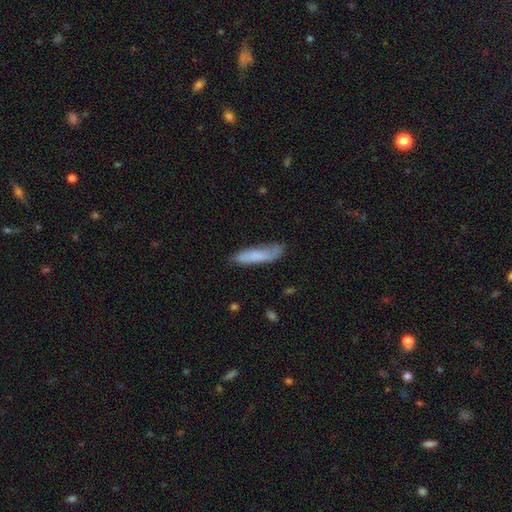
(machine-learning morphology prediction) smooth-or-featured: smooth: 76% | featured or disk: 17% | star or artifact: 6%
  how-rounded: cigar-shaped: 71% | in between: 27% | round: 2%
  merging: none: 61% | minor disturbance: 28% | major disturbance: 8% | merger: 3%